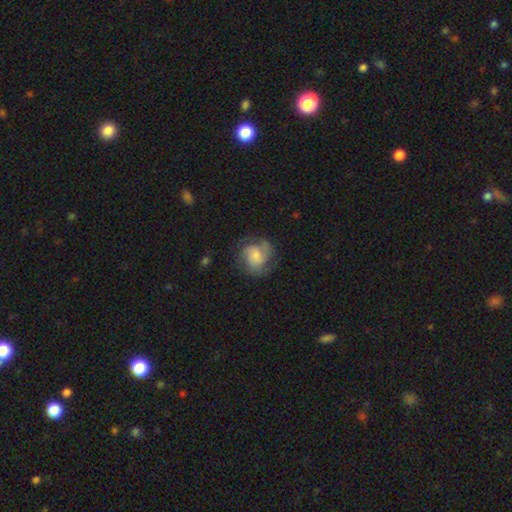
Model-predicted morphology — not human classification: The model was most divided on "bulge size": small: 40%, moderate: 37%, large: 11%, none: 10%, dominant: 2%. More confident: edge-on disk — no (98%); spiral arms — yes (88%); merging — none (64%); bar — no (64%); smooth or featured — featured or disk (57%).